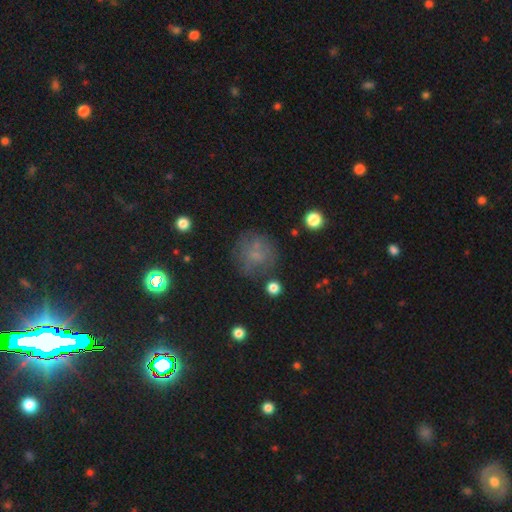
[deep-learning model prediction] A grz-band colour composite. It shows a smooth galaxy with no disk features (55%) that is round (87%). Merging: none (67%).